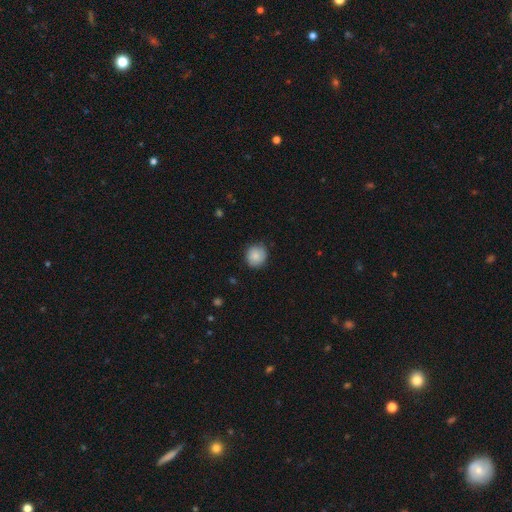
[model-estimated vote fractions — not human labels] A smooth galaxy with no disk features (83%) that is round (88%). Merging: none (80%).